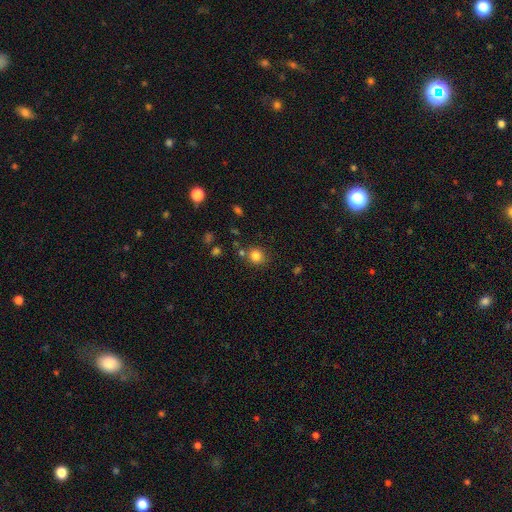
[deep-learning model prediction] The model was most divided on "merging": none: 77%, merger: 10%, minor disturbance: 10%, major disturbance: 3%. More confident: how rounded — round (87%); smooth or featured — smooth (82%).